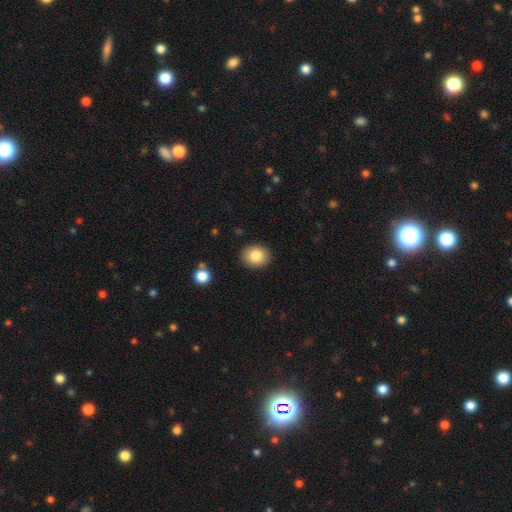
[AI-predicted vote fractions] Smooth or featured? Predicted: smooth (p=0.85). How rounded? Predicted: round (p=0.66). Merging? Predicted: none (p=0.89).